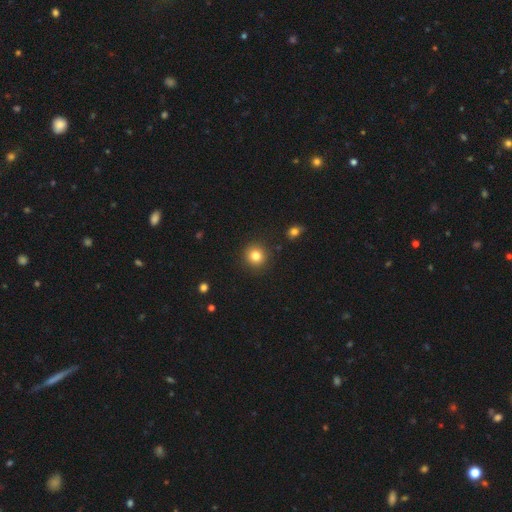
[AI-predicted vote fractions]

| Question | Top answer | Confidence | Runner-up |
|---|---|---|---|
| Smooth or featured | smooth | 82% | star or artifact (12%) |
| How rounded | round | 92% | in between (7%) |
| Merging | none | 90% | minor disturbance (6%) |